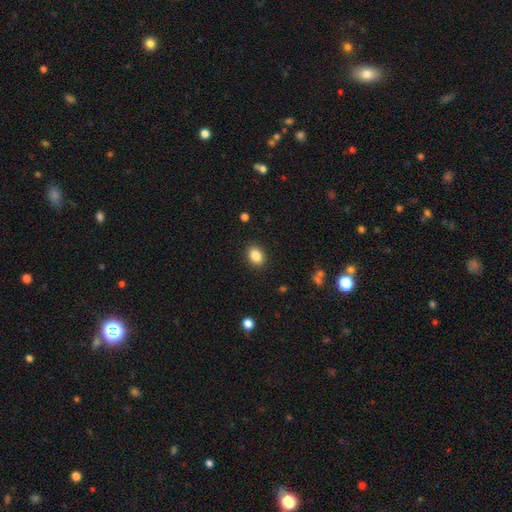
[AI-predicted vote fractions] Q: Smooth or featured?
A: smooth (86%); runner-up: star or artifact (9%)
Q: How rounded?
A: in between (73%); runner-up: round (25%)
Q: Merging?
A: none (89%); runner-up: minor disturbance (8%)